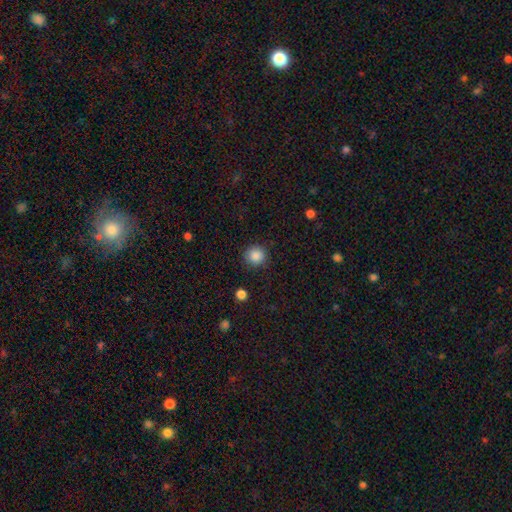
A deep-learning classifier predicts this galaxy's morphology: Smooth or featured?
  - smooth: 87% *
  - star or artifact: 9%
  - featured or disk: 3%
How rounded?
  - round: 93% *
  - in between: 6%
  - cigar-shaped: 1%
Merging?
  - none: 90% *
  - minor disturbance: 7%
  - major disturbance: 2%
  - merger: 1%